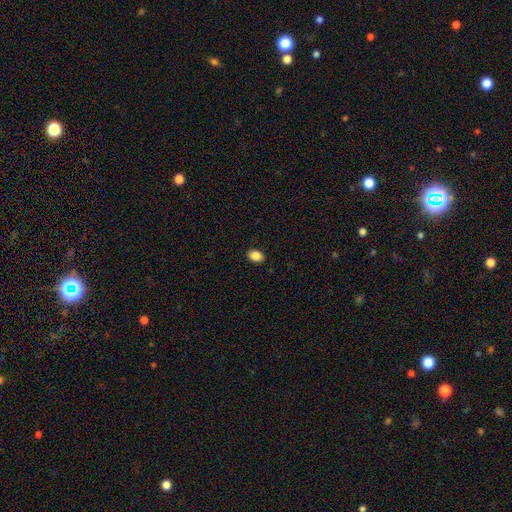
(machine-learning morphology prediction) This is clearly a smooth galaxy (87%). How rounded: likely in between (68%). Merging: clearly none (90%).